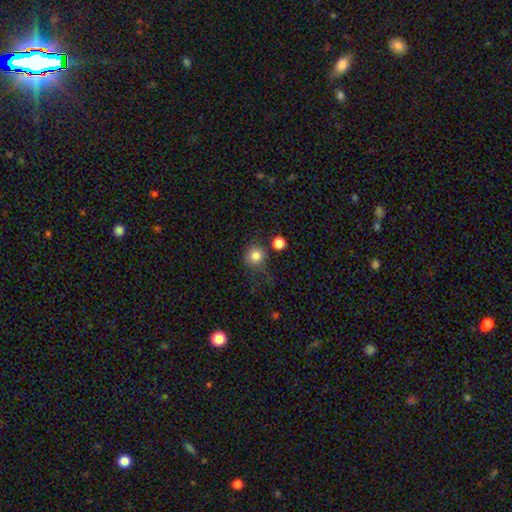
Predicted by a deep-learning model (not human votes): smooth_or_featured: smooth (p=0.82) [alt: star or artifact p=0.12]
how_rounded: round (p=0.90) [alt: in between p=0.09]
merging: none (p=0.69) [alt: minor disturbance p=0.15]